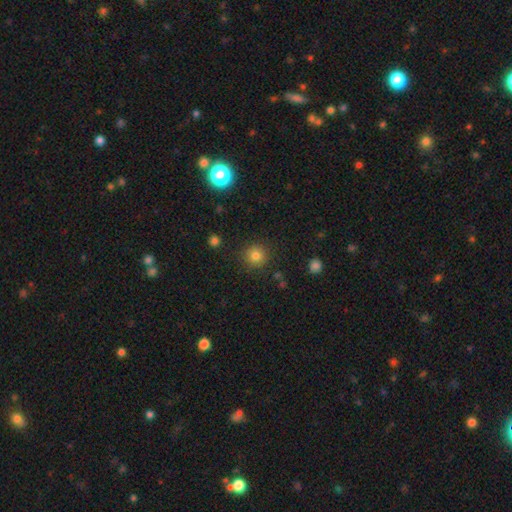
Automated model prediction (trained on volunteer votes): Smooth or featured?
  - smooth: 80% *
  - star or artifact: 13%
  - featured or disk: 6%
How rounded?
  - round: 94% *
  - in between: 6%
  - cigar-shaped: 1%
Merging?
  - none: 88% *
  - minor disturbance: 7%
  - major disturbance: 3%
  - merger: 2%